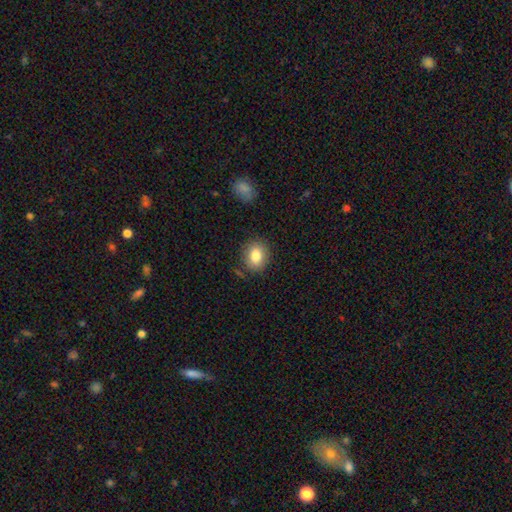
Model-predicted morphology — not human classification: smooth 83%, star or artifact 8%, featured or disk 8%. Down the decision tree: how rounded — round (52%); merging — none (84%).